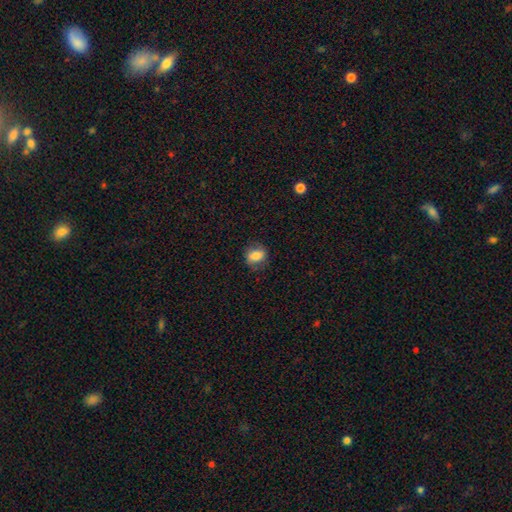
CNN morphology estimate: Smooth or featured? Predicted: smooth (p=0.76). How rounded? Predicted: in between (p=0.58). Merging? Predicted: none (p=0.78).